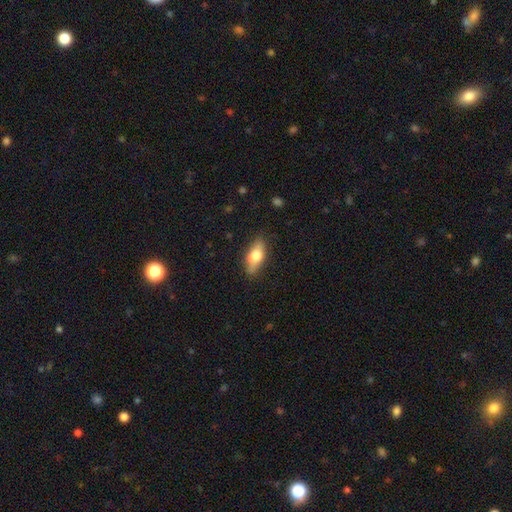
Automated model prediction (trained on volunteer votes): Smooth or featured?
  - smooth: 64% *
  - featured or disk: 30%
  - star or artifact: 7%
How rounded?
  - in between: 77% *
  - cigar-shaped: 18%
  - round: 4%
Merging?
  - none: 78% *
  - minor disturbance: 16%
  - major disturbance: 3%
  - merger: 2%